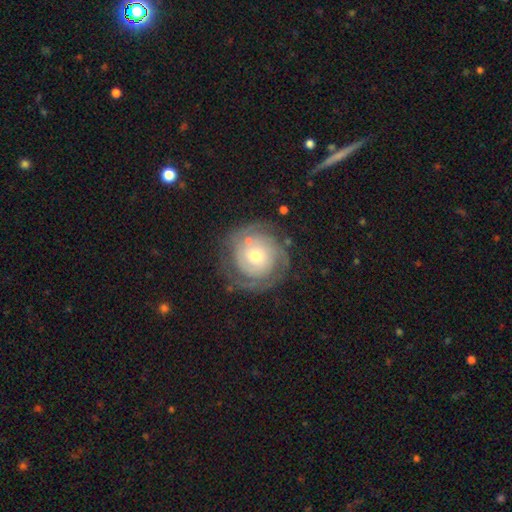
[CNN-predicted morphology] Smooth or featured? featured or disk (79%)
Edge-on disk? no (98%)
Bar? no (79%)
Spiral arms? yes (92%)
Spiral winding? tight (76%)
Spiral arm count? 2 (42%)
Bulge size? moderate (59%)
Merging? none (73%)